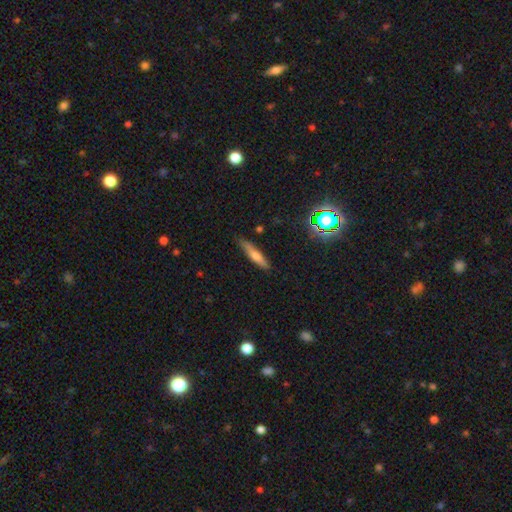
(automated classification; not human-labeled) Morphology: type=smooth (61%); roundness=cigar-shaped (82%); merging=none (80%).